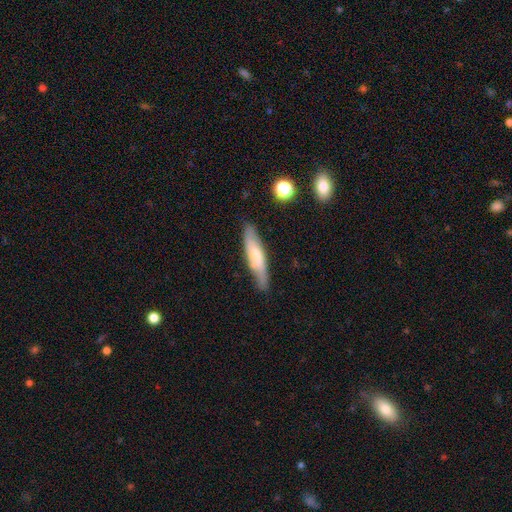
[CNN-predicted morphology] Smooth or featured: smooth — 55% (featured or disk — 39%)
How rounded: cigar-shaped — 77% (in between — 21%)
Merging: none — 79% (minor disturbance — 16%)